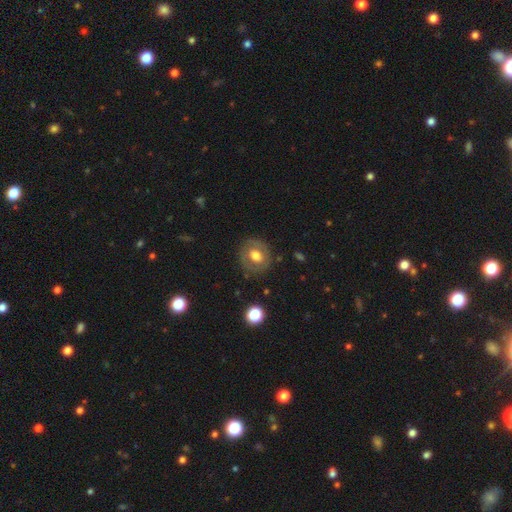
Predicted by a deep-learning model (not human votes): Smooth or featured: smooth — 52% (featured or disk — 41%)
How rounded: round — 73% (in between — 25%)
Merging: none — 80% (minor disturbance — 13%)